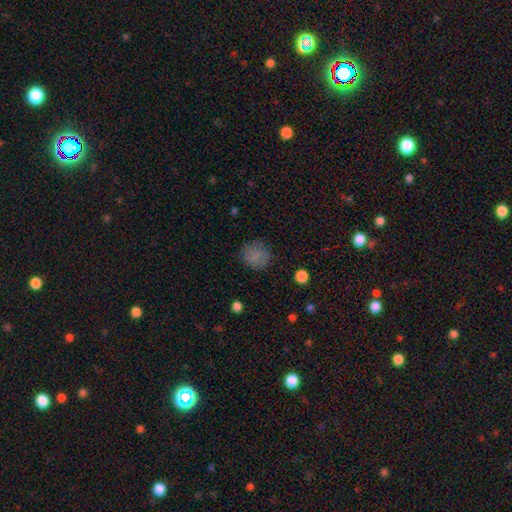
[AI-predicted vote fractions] Smooth or featured: smooth — 76% (star or artifact — 13%)
How rounded: round — 79% (in between — 20%)
Merging: none — 78% (minor disturbance — 15%)